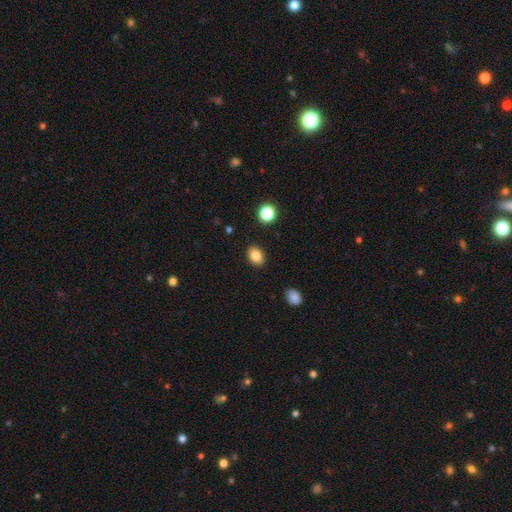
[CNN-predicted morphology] A smooth galaxy with no disk features (84%) that is in between round and cigar-shaped (72%). Merging: none (88%).